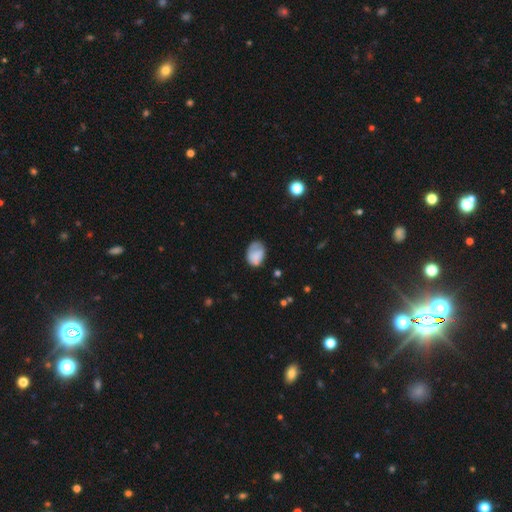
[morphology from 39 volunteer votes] Volunteers were most divided on "merging": none: 54%, minor disturbance: 27%, major disturbance: 14%, merger: 5%. More confident: how rounded — in between (81%); smooth or featured — smooth (79%).